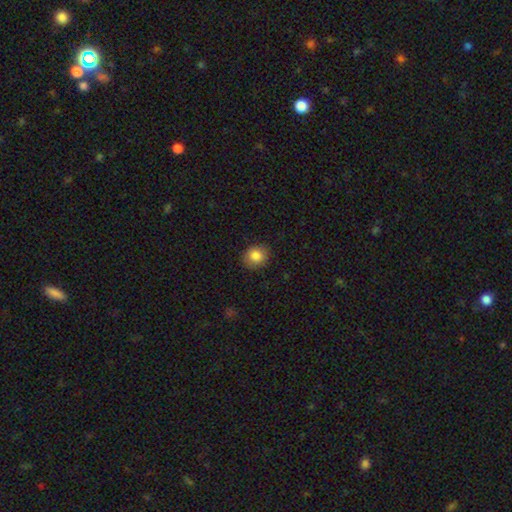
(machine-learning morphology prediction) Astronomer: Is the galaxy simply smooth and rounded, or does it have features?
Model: smooth — 84%.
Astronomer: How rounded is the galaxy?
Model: round — 72%.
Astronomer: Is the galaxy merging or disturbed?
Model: none — 88%.